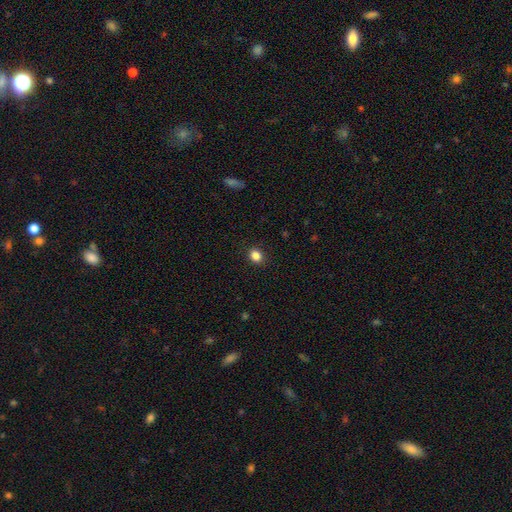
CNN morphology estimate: smooth-or-featured: smooth: 85% | star or artifact: 11% | featured or disk: 4%
  how-rounded: round: 55% | in between: 44% | cigar-shaped: 1%
  merging: none: 90% | minor disturbance: 7% | major disturbance: 2% | merger: 1%